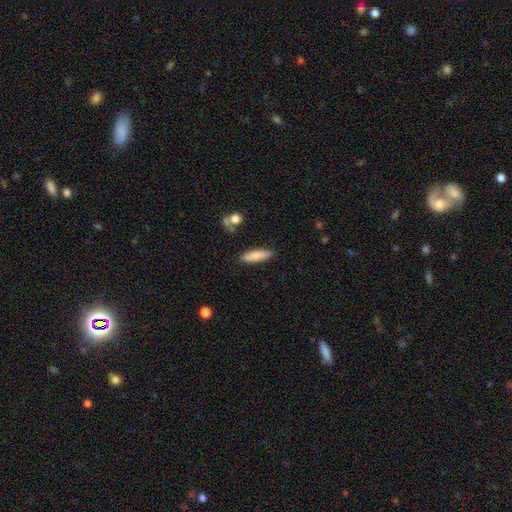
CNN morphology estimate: Smooth or featured: smooth — 80% (featured or disk — 13%)
How rounded: cigar-shaped — 69% (in between — 29%)
Merging: none — 84% (minor disturbance — 11%)